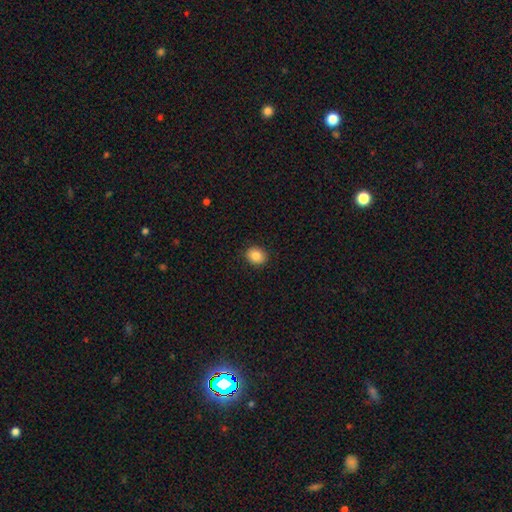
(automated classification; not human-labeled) Overall: smooth (85%). How rounded: round (61%; in between 38%). Merging: none (90%).